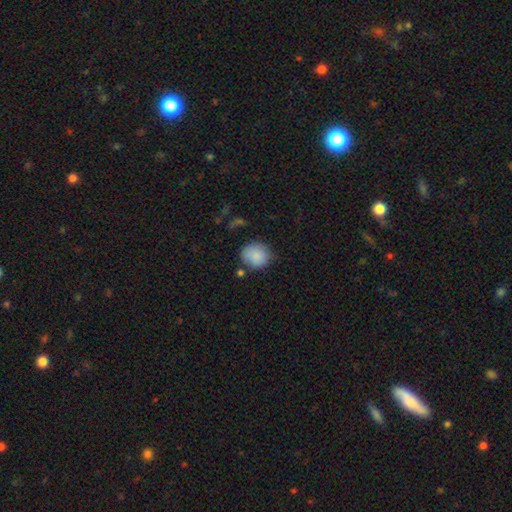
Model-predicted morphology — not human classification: smooth 86%, star or artifact 8%, featured or disk 6%. Down the decision tree: how rounded — round (80%); merging — none (70%).